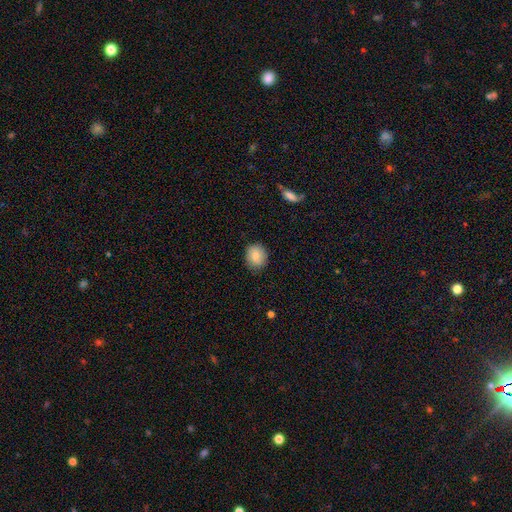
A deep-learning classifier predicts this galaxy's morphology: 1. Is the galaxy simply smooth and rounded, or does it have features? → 82% smooth, 10% featured or disk, 8% star or artifact.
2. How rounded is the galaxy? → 69% round, 30% in between, 1% cigar-shaped.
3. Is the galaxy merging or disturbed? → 85% none, 12% minor disturbance, 3% major disturbance, 1% merger.